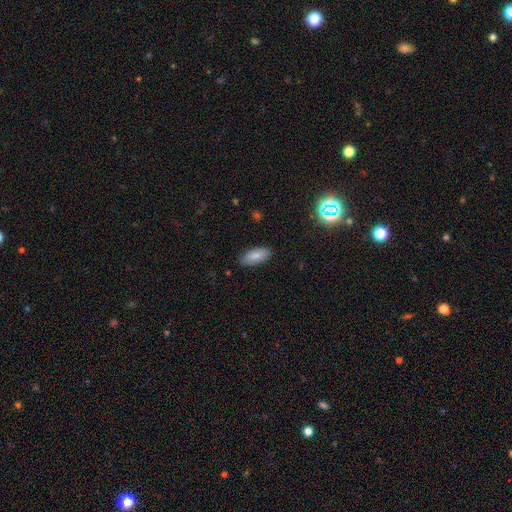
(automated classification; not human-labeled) Smooth or featured? smooth (83%)
How rounded? in between (86%)
Merging? none (87%)